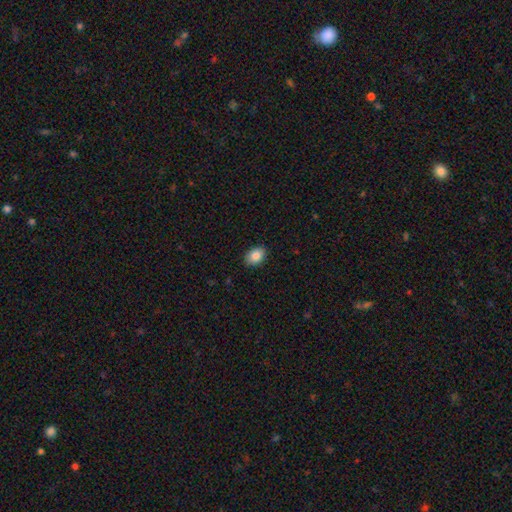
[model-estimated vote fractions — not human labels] smooth 86%, star or artifact 8%, featured or disk 6%. Down the decision tree: how rounded — in between (77%); merging — none (88%).